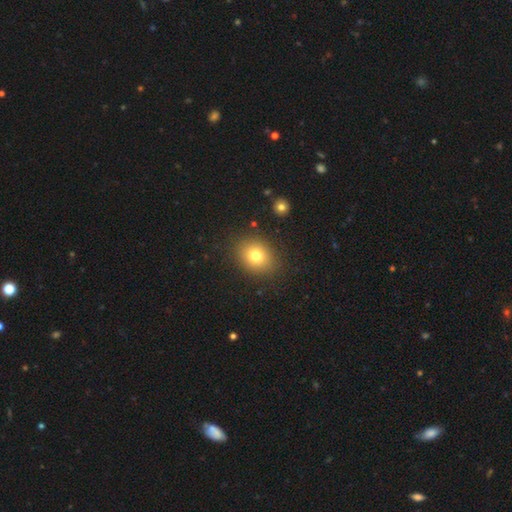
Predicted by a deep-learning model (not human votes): Overall: smooth (78%). How rounded: round (55%; in between 44%). Merging: none (86%).